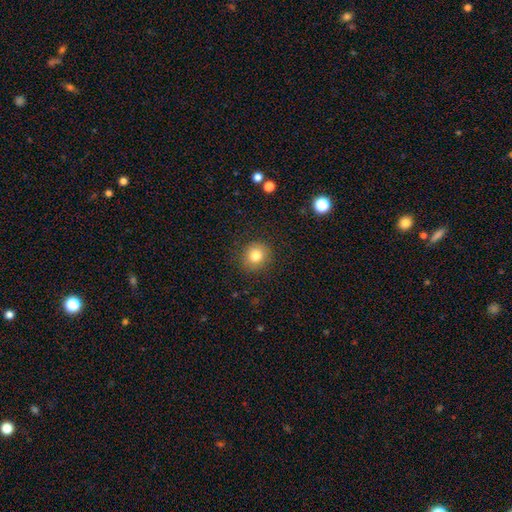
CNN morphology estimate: A smooth galaxy with no disk features (82%) that is round (82%). Merging: none (88%).